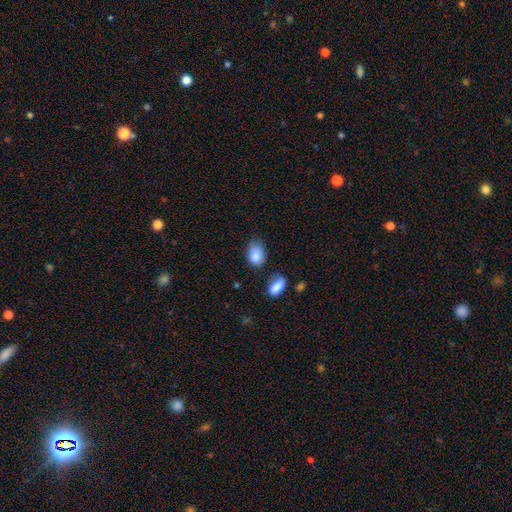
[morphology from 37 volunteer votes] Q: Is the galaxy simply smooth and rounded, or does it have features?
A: smooth — 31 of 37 (84%).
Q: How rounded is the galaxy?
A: in between — 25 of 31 (81%).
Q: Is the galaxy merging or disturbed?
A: none — 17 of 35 (49%).